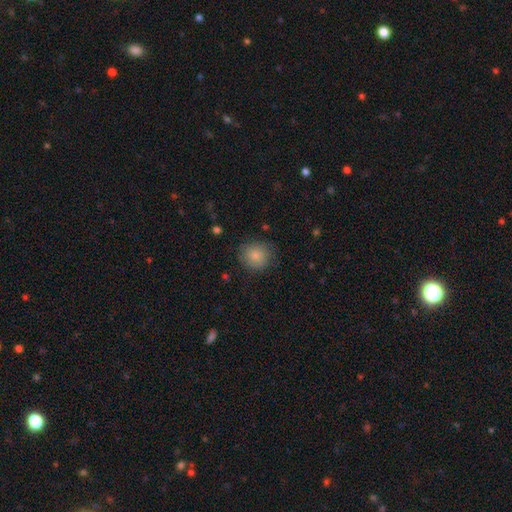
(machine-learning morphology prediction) A smooth galaxy with no disk features (84%) that is round (85%).

Vote fractions:
- Smooth or featured? smooth: 84% / featured or disk: 8% / star or artifact: 8%
- How rounded? round: 85% / in between: 14% / cigar-shaped: 1%
- Merging? none: 77% / minor disturbance: 17% / major disturbance: 5% / merger: 1%